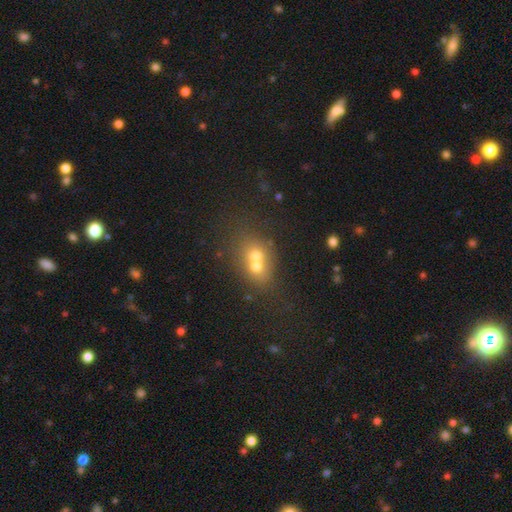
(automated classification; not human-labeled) smooth-or-featured: smooth: 62% | featured or disk: 24% | star or artifact: 14%
  how-rounded: round: 60% | in between: 39% | cigar-shaped: 1%
  merging: merger: 67% | none: 24% | minor disturbance: 6% | major disturbance: 3%